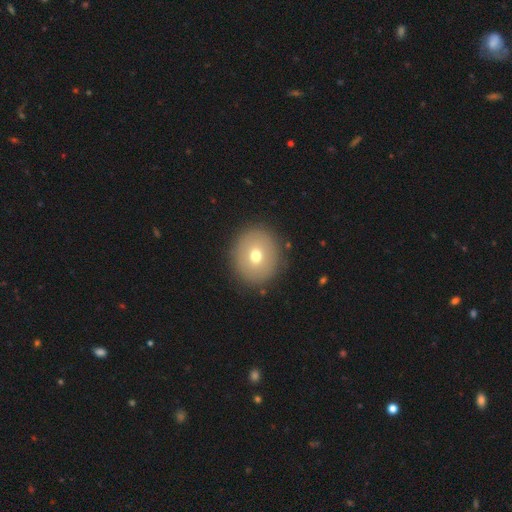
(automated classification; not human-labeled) smooth_or_featured: smooth (p=0.67) [alt: featured or disk p=0.22]
how_rounded: round (p=0.83) [alt: in between p=0.16]
merging: none (p=0.88) [alt: minor disturbance p=0.07]